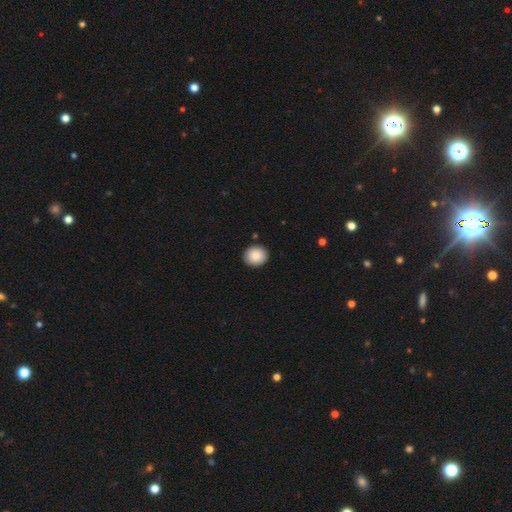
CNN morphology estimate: Overall: smooth (88%). How rounded: round (80%). Merging: none (91%).